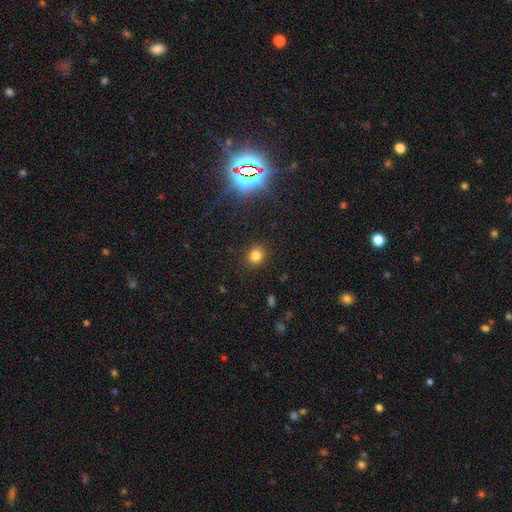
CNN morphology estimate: A smooth galaxy with no disk features (78%) that is round (82%). Merging: none (88%).